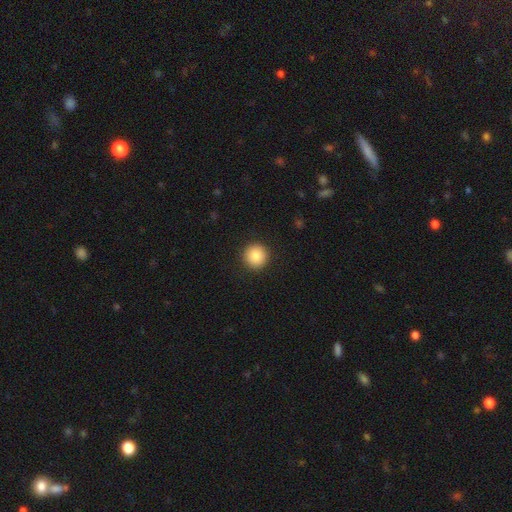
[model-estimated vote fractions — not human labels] smooth-or-featured: smooth: 86% | star or artifact: 9% | featured or disk: 5%
  how-rounded: round: 95% | in between: 4% | cigar-shaped: 1%
  merging: none: 92% | minor disturbance: 5% | major disturbance: 2% | merger: 1%